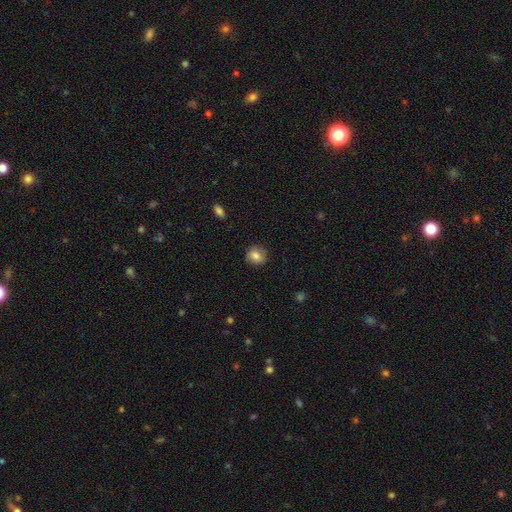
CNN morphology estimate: smooth 82%, featured or disk 9%, star or artifact 9%. Down the decision tree: how rounded — round (78%); merging — none (87%).